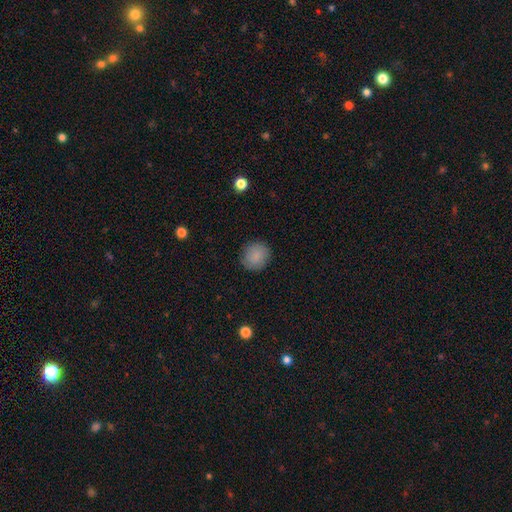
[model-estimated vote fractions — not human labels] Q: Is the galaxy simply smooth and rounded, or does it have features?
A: smooth — 86%.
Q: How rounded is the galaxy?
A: round — 88%.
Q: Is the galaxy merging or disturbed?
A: none — 87%.